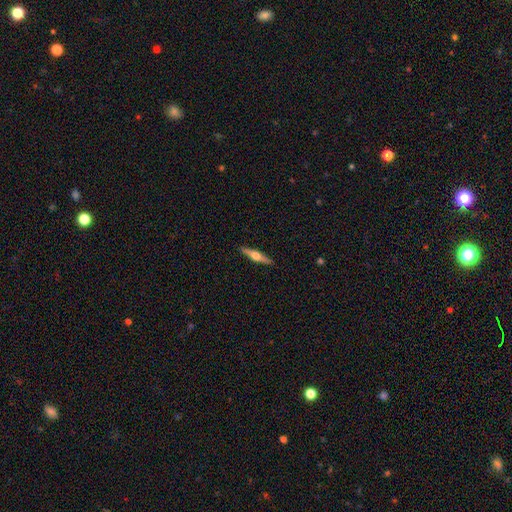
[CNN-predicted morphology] type=featured or disk (67%); edge-on=yes (97%); edge-on bulge=rounded (94%); merging=none (91%).